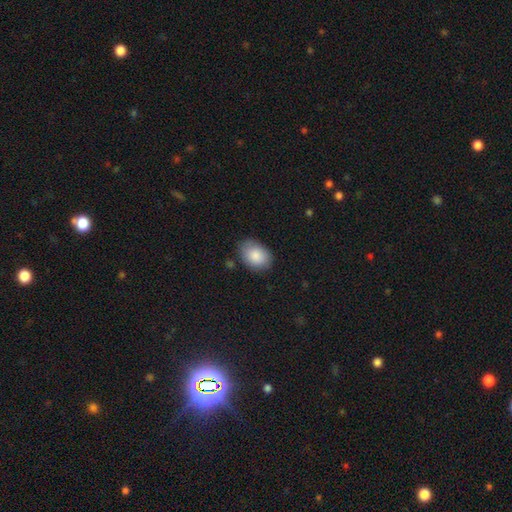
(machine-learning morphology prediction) Smooth or featured: smooth — 86% (featured or disk — 7%)
How rounded: in between — 79% (round — 20%)
Merging: none — 78% (minor disturbance — 17%)